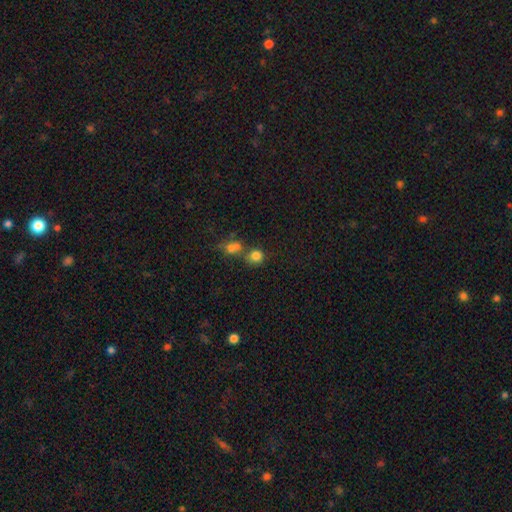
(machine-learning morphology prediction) A smooth galaxy with no disk features (80%) that is round (84%).

Vote fractions:
- Smooth or featured? smooth: 80% / star or artifact: 14% / featured or disk: 7%
- How rounded? round: 84% / in between: 15% / cigar-shaped: 1%
- Merging? none: 55% / merger: 31% / minor disturbance: 9% / major disturbance: 4%